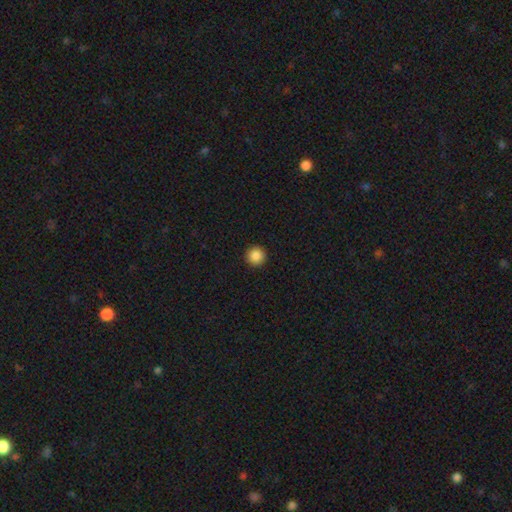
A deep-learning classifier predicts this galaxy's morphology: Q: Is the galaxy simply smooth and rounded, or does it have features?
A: smooth — 87%.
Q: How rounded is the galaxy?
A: round — 96%.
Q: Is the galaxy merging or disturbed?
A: none — 94%.